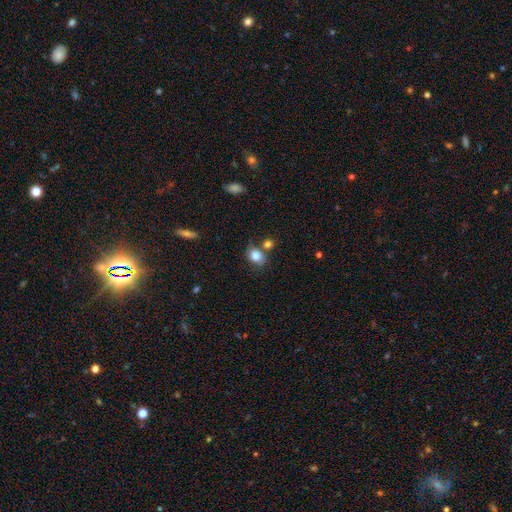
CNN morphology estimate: A smooth galaxy with no disk features (81%) that is round (60%). Merging: none (60%).